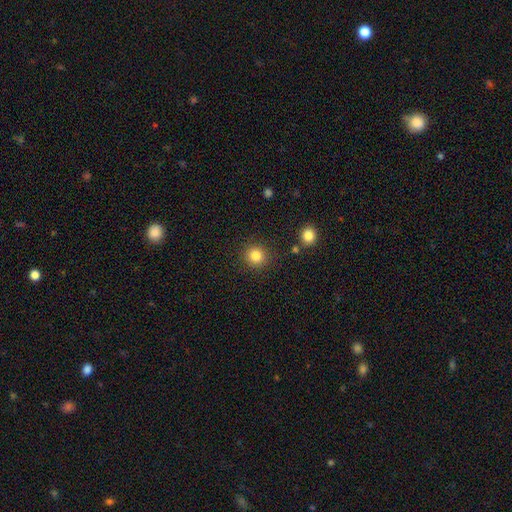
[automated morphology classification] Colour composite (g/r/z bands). It shows a smooth galaxy with no disk features (84%) that is round (92%). Merging: none (88%).